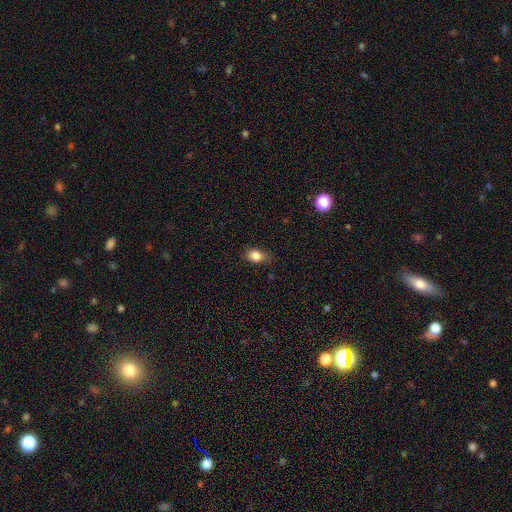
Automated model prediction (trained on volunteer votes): smooth 84%, star or artifact 9%, featured or disk 7%. Down the decision tree: how rounded — in between (71%); merging — none (65%).